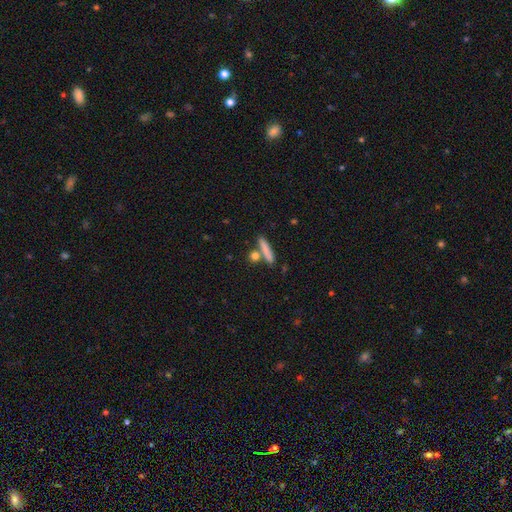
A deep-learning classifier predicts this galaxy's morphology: Smooth or featured? smooth (79%)
How rounded? cigar-shaped (50%)
Merging? none (72%)